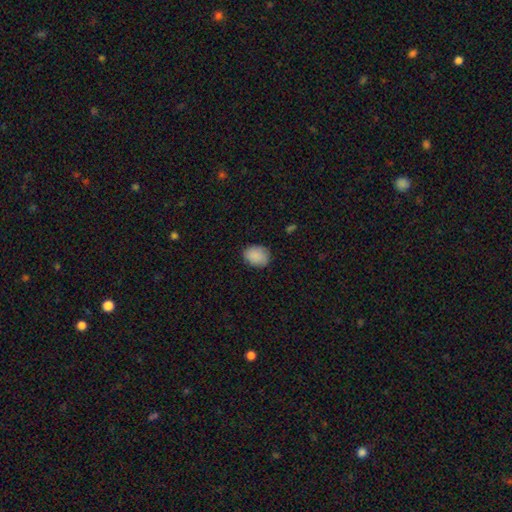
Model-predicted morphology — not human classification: Smooth or featured?
  - smooth: 88% *
  - star or artifact: 8%
  - featured or disk: 4%
How rounded?
  - in between: 59% *
  - round: 40%
  - cigar-shaped: 1%
Merging?
  - none: 79% *
  - minor disturbance: 16%
  - major disturbance: 3%
  - merger: 1%